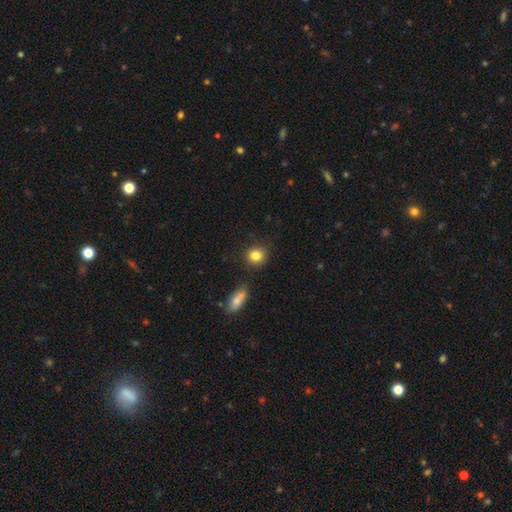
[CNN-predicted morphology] A smooth galaxy with no disk features (84%) that is round (85%). Merging: none (85%).